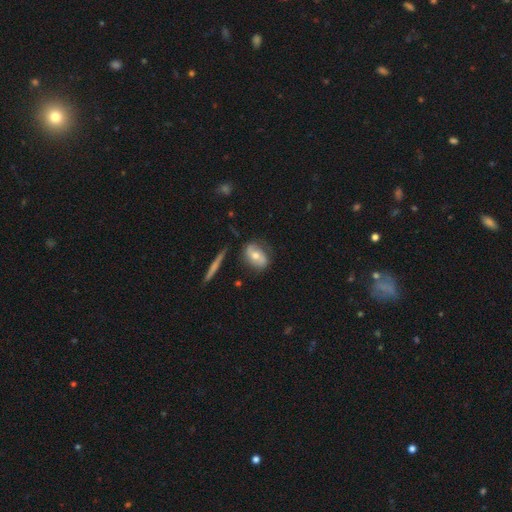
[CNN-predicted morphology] Smooth or featured? Predicted: featured or disk (p=0.52). Edge-on disk? Predicted: no (p=0.89). Merging? Predicted: none (p=0.68).